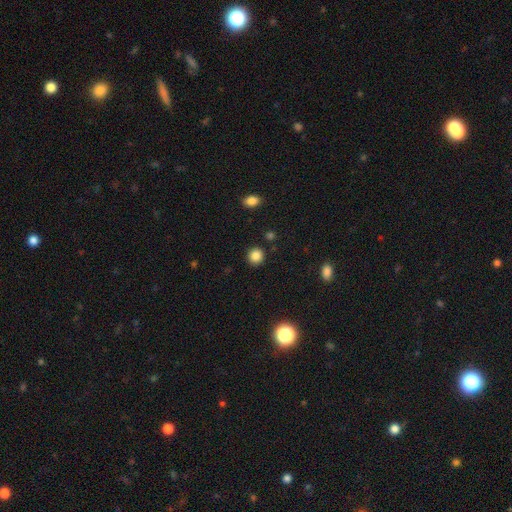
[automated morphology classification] A smooth galaxy with no disk features (86%) that is round (92%). Merging: none (90%).